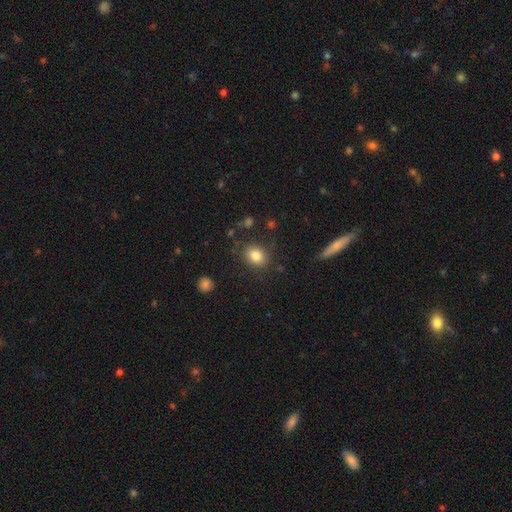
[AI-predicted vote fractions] Smooth or featured? Predicted: smooth (p=0.83). How rounded? Predicted: round (p=0.51). Merging? Predicted: none (p=0.82).